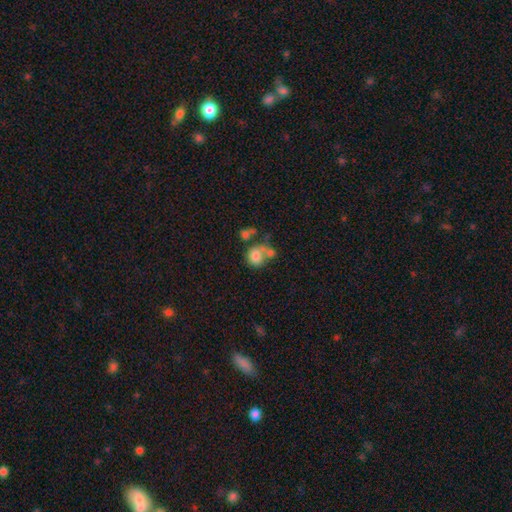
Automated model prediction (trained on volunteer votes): The model was most divided on "merging": merger: 43%, none: 32%, minor disturbance: 14%, major disturbance: 12%. More confident: smooth or featured — smooth (74%); how rounded — round (64%).